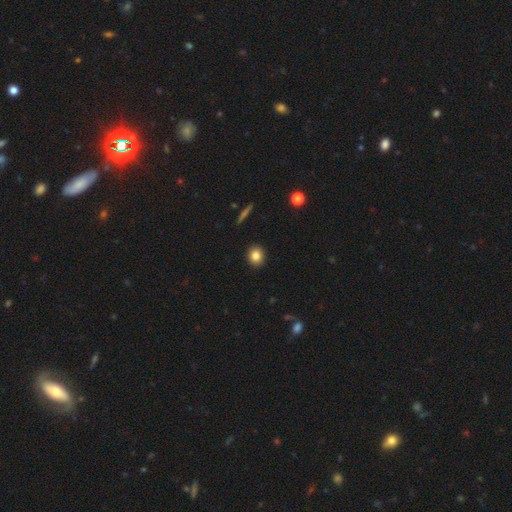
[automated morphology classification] Overall: smooth (83%). How rounded: round (76%). Merging: none (92%).